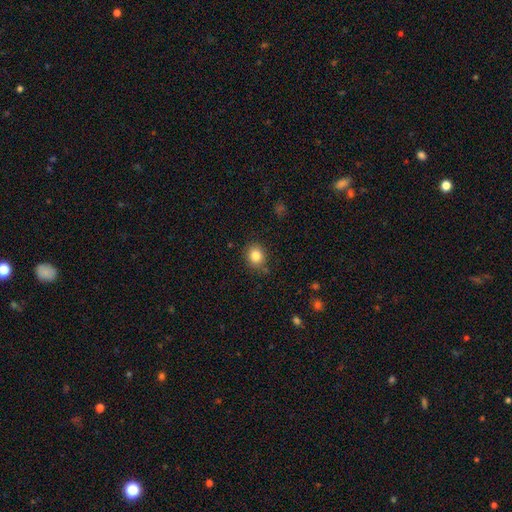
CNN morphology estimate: Overall: smooth (83%). How rounded: round (69%; in between 30%). Merging: none (80%).